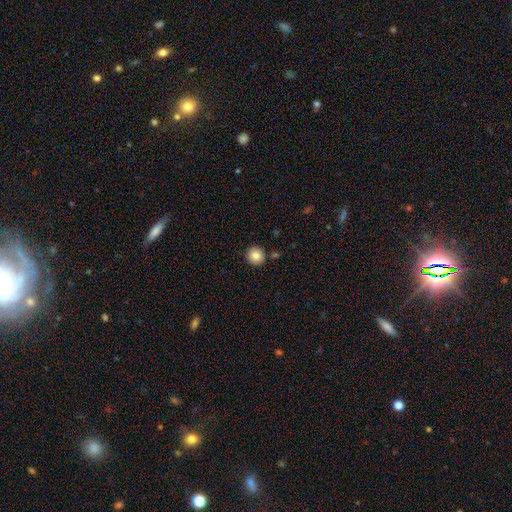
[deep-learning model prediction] Smooth or featured? Predicted: smooth (p=0.85). How rounded? Predicted: round (p=0.95). Merging? Predicted: none (p=0.88).